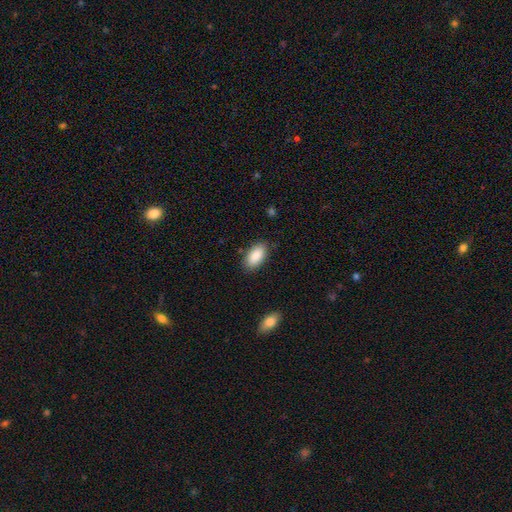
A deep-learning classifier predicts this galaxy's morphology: This is clearly a smooth galaxy (90%). How rounded: clearly in between (94%). Merging: clearly none (84%).